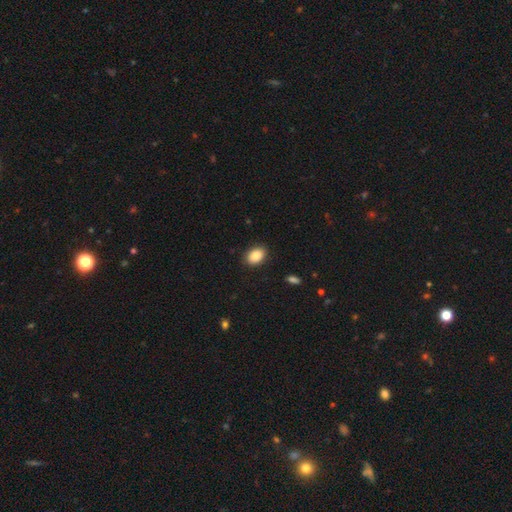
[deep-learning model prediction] A smooth galaxy with no disk features (88%) that is in between round and cigar-shaped (79%).

Vote fractions:
- Smooth or featured? smooth: 88% / star or artifact: 8% / featured or disk: 5%
- How rounded? in between: 79% / round: 20% / cigar-shaped: 1%
- Merging? none: 88% / minor disturbance: 8% / major disturbance: 2% / merger: 1%